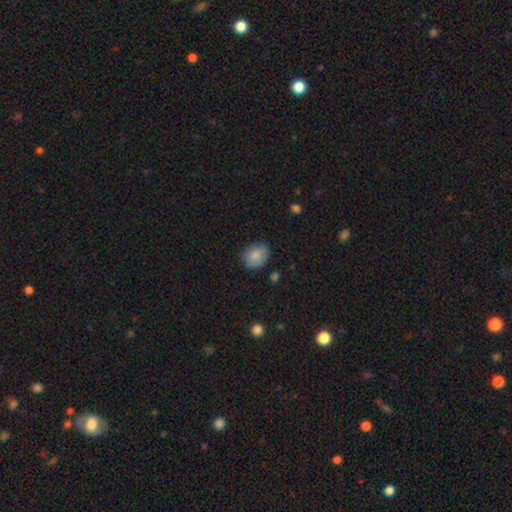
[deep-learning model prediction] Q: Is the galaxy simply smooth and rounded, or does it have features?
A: smooth — 85%.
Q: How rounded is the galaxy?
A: in between — 50%.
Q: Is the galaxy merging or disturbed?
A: none — 77%.